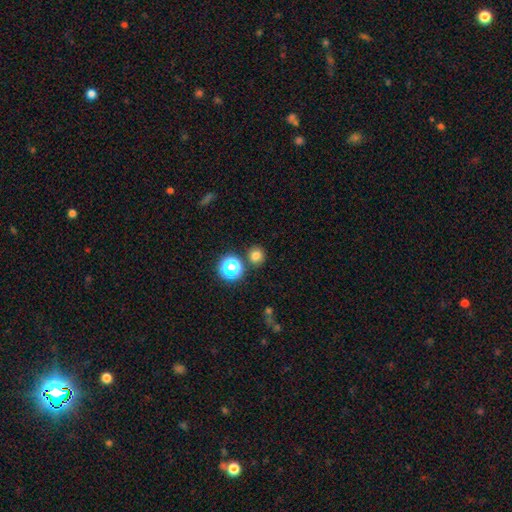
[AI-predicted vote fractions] The model was most divided on "smooth or featured": smooth: 76%, star or artifact: 19%, featured or disk: 6%. More confident: how rounded — round (89%); merging — none (83%).